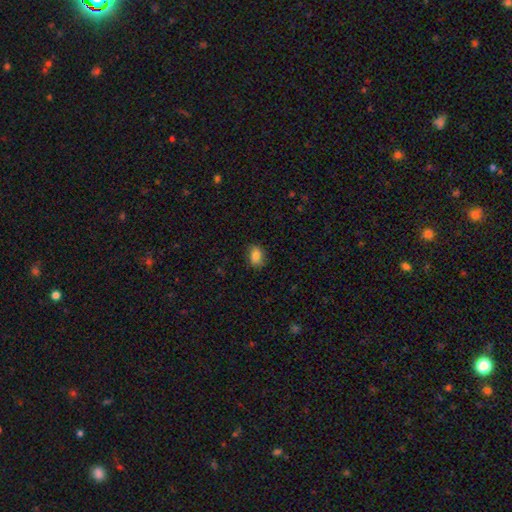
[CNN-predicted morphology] This appears to be a smooth galaxy with no disk features (84%) that is in between round and cigar-shaped (72%). Merging: none (84%).